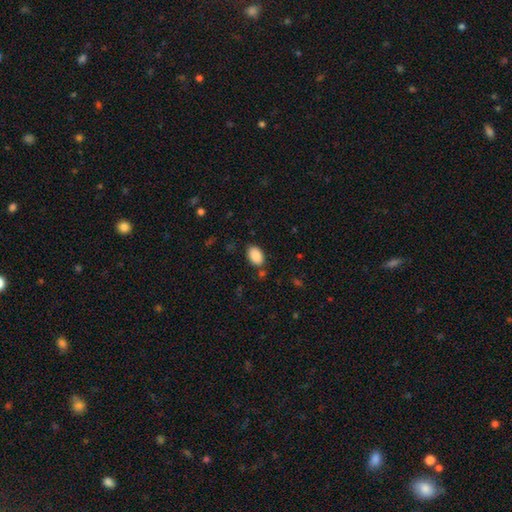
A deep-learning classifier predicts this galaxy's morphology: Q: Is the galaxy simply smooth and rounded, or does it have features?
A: smooth — 88%.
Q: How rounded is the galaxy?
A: in between — 89%.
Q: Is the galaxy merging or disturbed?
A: none — 81%.